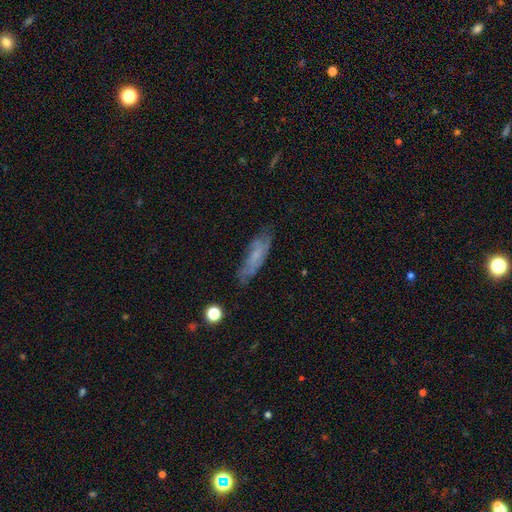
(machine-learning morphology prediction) This is possibly a smooth galaxy (46%). Merging: likely none (72%).